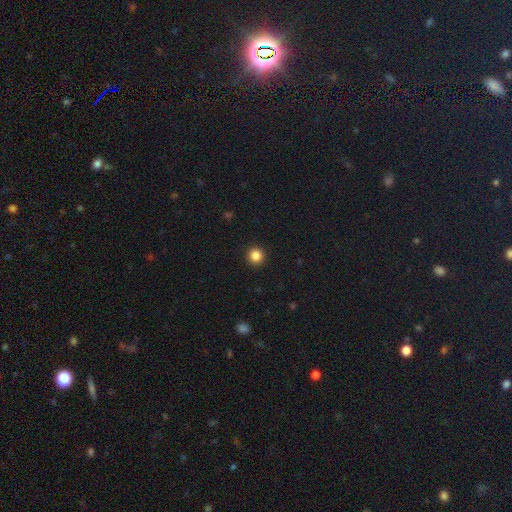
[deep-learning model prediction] Smooth or featured: smooth — 86% (star or artifact — 11%)
How rounded: round — 95% (in between — 4%)
Merging: none — 93% (minor disturbance — 4%)